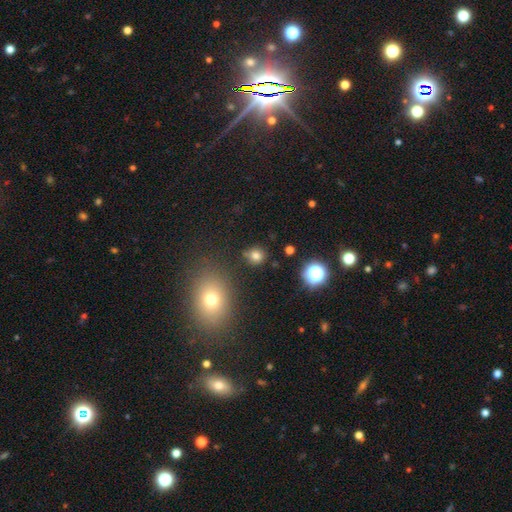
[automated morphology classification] Smooth or featured? smooth (76%)
How rounded? round (83%)
Merging? none (81%)